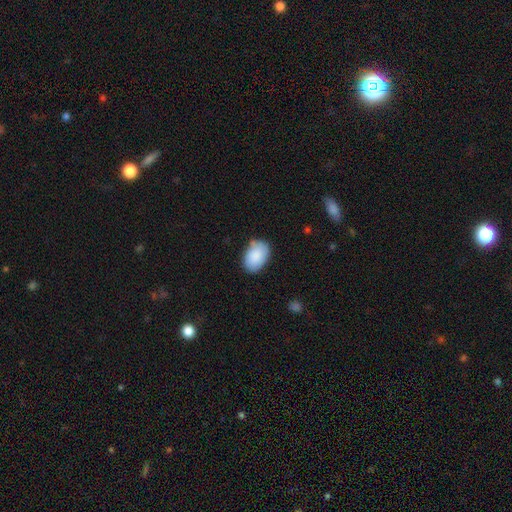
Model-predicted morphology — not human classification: Smooth or featured? Predicted: smooth (p=0.88). How rounded? Predicted: in between (p=0.88). Merging? Predicted: none (p=0.74).